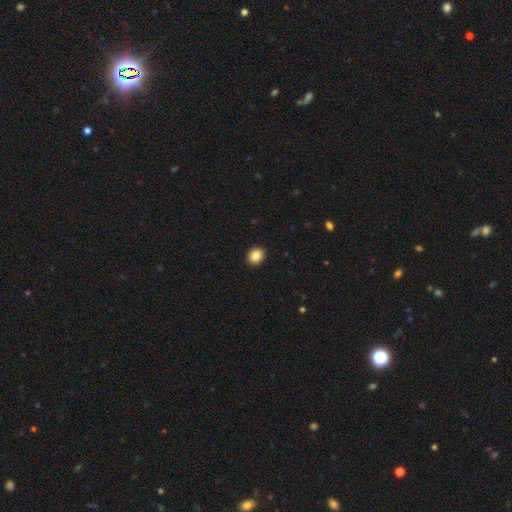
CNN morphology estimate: This appears to be a smooth galaxy with no disk features (88%) that is round (56%). Merging: none (92%).